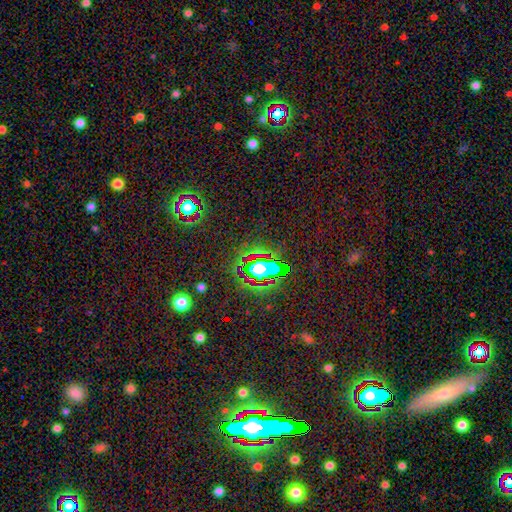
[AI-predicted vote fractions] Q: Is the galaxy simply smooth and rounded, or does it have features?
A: star or artifact — 80%.